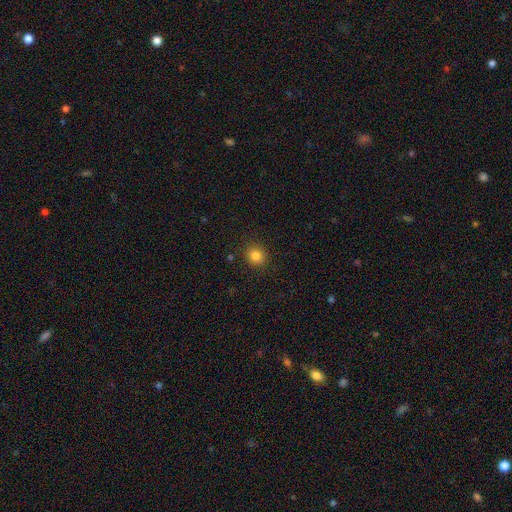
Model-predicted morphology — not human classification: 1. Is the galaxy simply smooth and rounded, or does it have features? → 83% smooth, 12% star or artifact, 5% featured or disk.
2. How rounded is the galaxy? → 83% round, 16% in between, 1% cigar-shaped.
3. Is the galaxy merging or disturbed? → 90% none, 7% minor disturbance, 2% major disturbance, 1% merger.